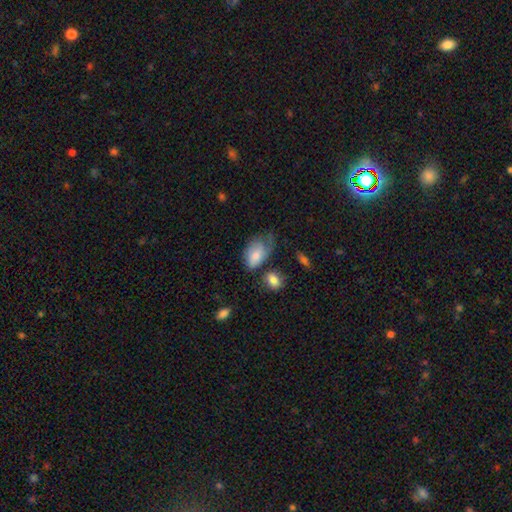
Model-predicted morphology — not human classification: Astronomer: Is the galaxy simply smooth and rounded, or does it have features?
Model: smooth — 75%.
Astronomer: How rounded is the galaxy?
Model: in between — 91%.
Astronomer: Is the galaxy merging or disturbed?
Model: minor disturbance — 37% (runner-up: none, 31%).